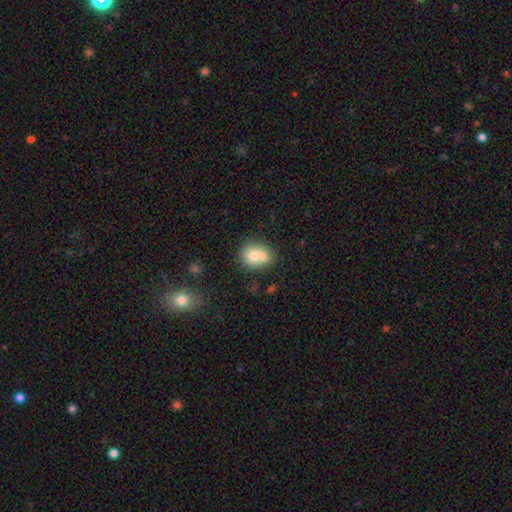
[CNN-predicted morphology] Smooth or featured?
  - smooth: 72% *
  - featured or disk: 19%
  - star or artifact: 9%
How rounded?
  - in between: 52% *
  - round: 47%
  - cigar-shaped: 1%
Merging?
  - merger: 47% *
  - none: 36%
  - minor disturbance: 12%
  - major disturbance: 4%